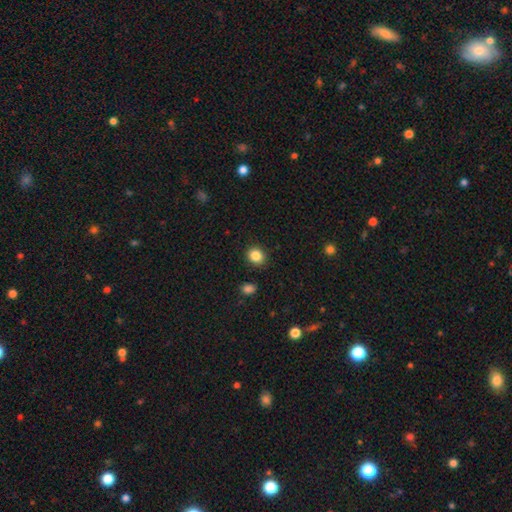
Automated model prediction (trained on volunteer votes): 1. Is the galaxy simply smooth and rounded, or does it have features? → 85% smooth, 10% star or artifact, 4% featured or disk.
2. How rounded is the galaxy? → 73% round, 26% in between, 1% cigar-shaped.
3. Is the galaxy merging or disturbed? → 89% none, 8% minor disturbance, 2% major disturbance, 2% merger.